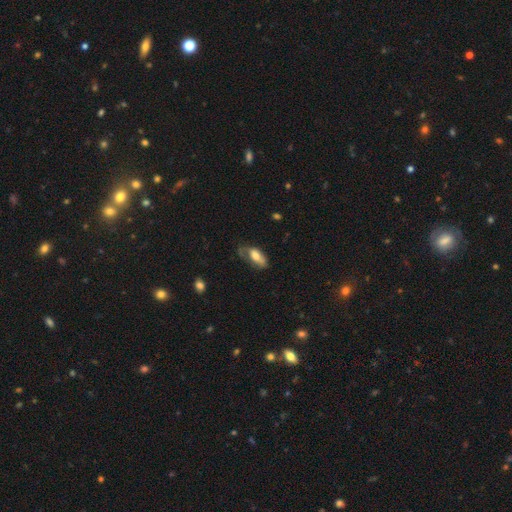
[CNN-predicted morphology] Smooth or featured: smooth — 62% (featured or disk — 31%)
How rounded: in between — 86% (cigar-shaped — 11%)
Merging: none — 37% (minor disturbance — 31%)